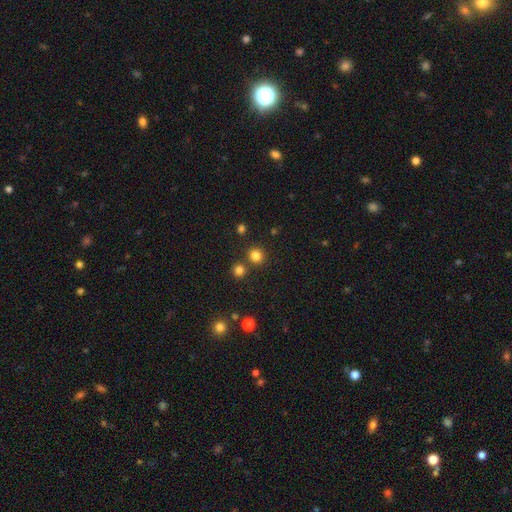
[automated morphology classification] smooth-or-featured: smooth: 80% | star or artifact: 15% | featured or disk: 4%
  how-rounded: round: 92% | in between: 7% | cigar-shaped: 1%
  merging: none: 81% | merger: 11% | minor disturbance: 6% | major disturbance: 2%